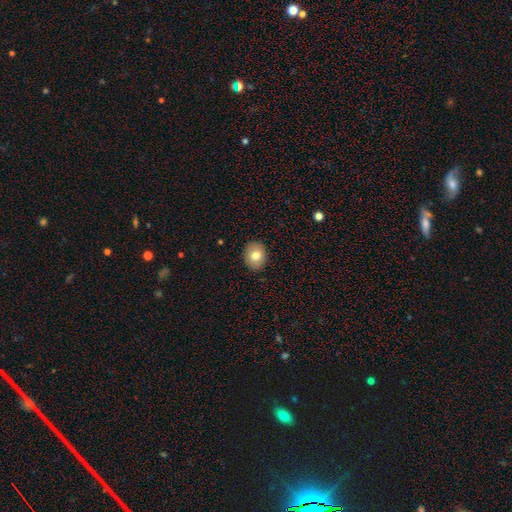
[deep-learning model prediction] Overall: smooth (78%). How rounded: round (55%; in between 44%). Merging: none (90%).